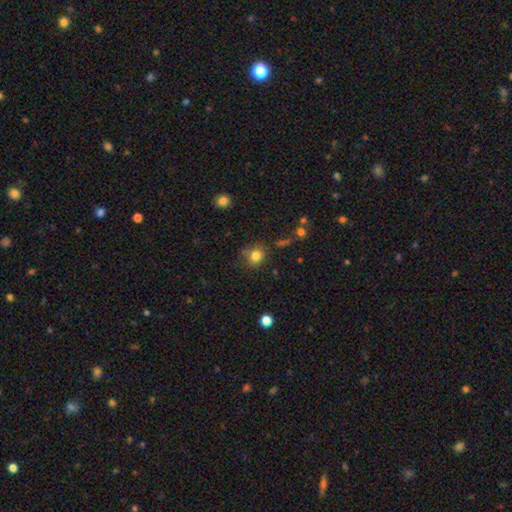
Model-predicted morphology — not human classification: Overall: smooth (81%). How rounded: round (78%). Merging: none (72%).